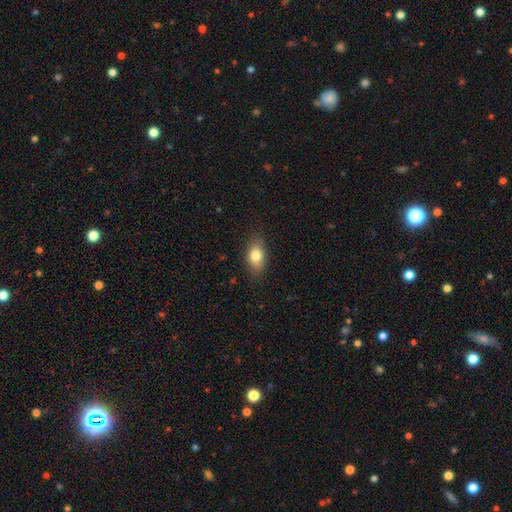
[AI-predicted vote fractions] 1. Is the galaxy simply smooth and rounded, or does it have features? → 79% smooth, 12% featured or disk, 8% star or artifact.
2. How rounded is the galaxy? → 85% in between, 11% round, 5% cigar-shaped.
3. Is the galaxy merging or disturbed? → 83% none, 13% minor disturbance, 3% major disturbance, 1% merger.